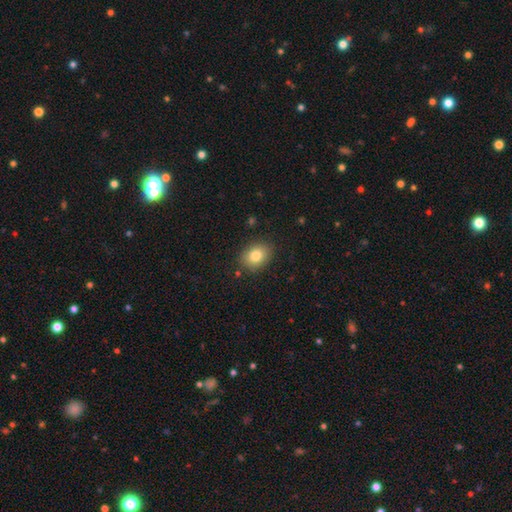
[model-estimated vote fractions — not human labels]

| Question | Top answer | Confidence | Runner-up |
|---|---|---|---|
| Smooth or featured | smooth | 82% | featured or disk (9%) |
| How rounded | in between | 66% | round (33%) |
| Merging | none | 86% | minor disturbance (10%) |